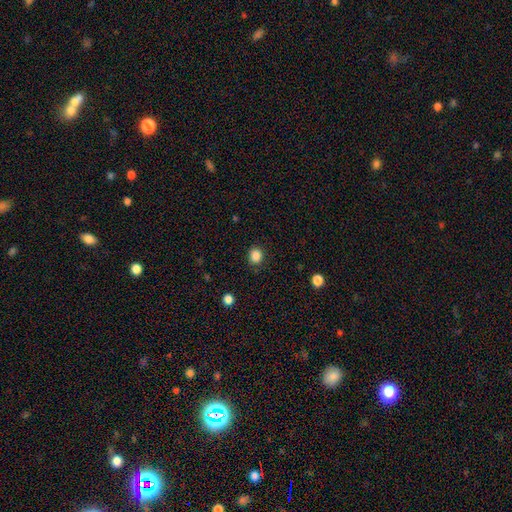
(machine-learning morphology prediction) smooth_or_featured: smooth (p=0.86) [alt: star or artifact p=0.11]
how_rounded: round (p=0.76) [alt: in between p=0.23]
merging: none (p=0.87) [alt: minor disturbance p=0.09]